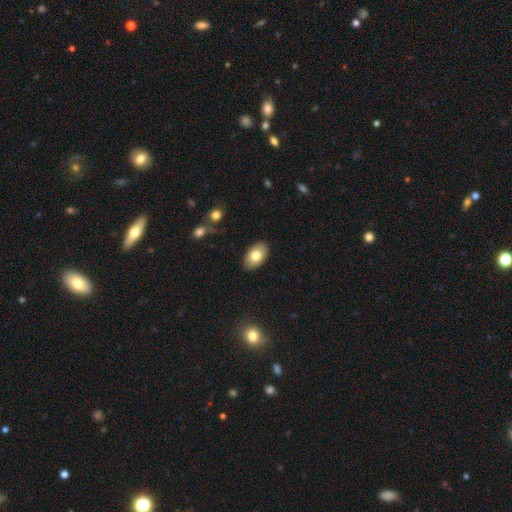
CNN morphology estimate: Q: Smooth or featured?
A: smooth (78%); runner-up: featured or disk (15%)
Q: How rounded?
A: in between (92%); runner-up: round (7%)
Q: Merging?
A: none (88%); runner-up: minor disturbance (9%)